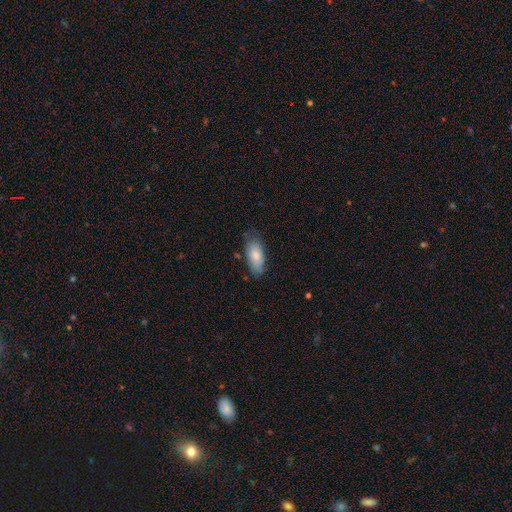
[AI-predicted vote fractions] Overall: smooth (79%). How rounded: in between (86%). Merging: none (68%).